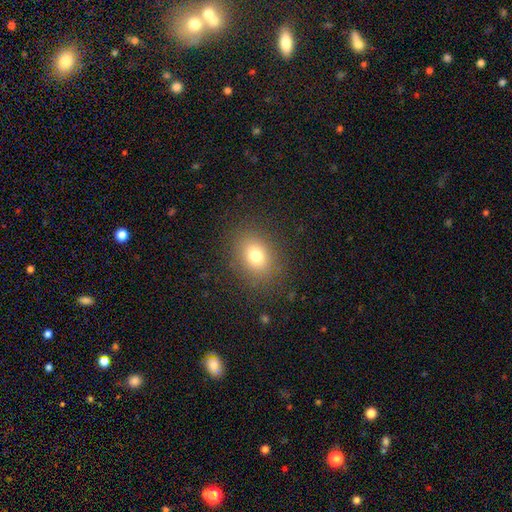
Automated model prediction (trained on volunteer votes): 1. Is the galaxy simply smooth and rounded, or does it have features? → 75% smooth, 14% star or artifact, 11% featured or disk.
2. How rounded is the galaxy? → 52% in between, 47% round, 1% cigar-shaped.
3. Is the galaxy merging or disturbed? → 85% none, 9% minor disturbance, 5% major disturbance, 1% merger.